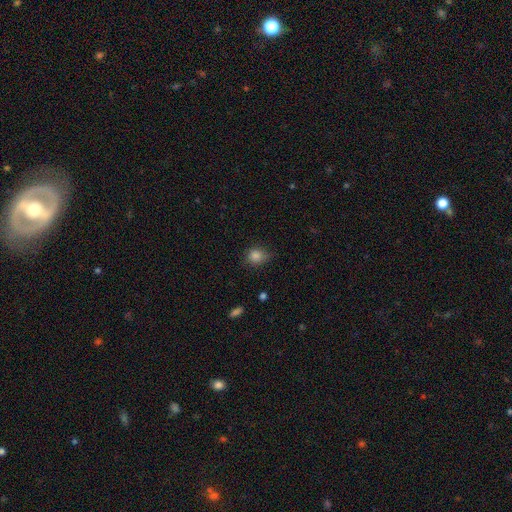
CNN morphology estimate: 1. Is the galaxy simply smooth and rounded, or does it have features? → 85% smooth, 10% star or artifact, 5% featured or disk.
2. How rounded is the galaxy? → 72% round, 27% in between, 1% cigar-shaped.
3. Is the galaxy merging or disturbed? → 70% none, 24% minor disturbance, 5% major disturbance, 1% merger.